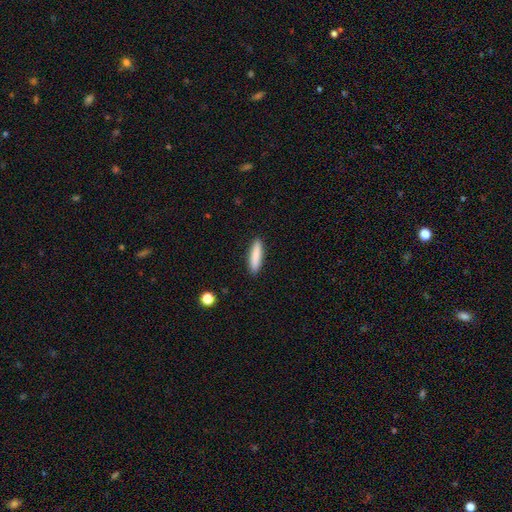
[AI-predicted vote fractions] smooth-or-featured: smooth: 86% | featured or disk: 8% | star or artifact: 6%
  how-rounded: cigar-shaped: 80% | in between: 19% | round: 1%
  merging: none: 90% | minor disturbance: 7% | major disturbance: 2% | merger: 1%